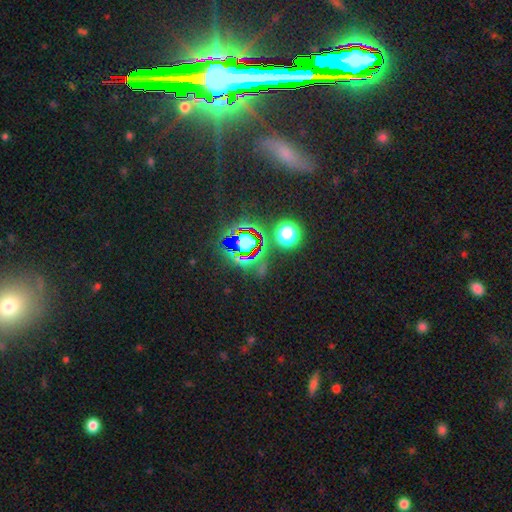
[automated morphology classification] Smooth or featured? star or artifact (79%)